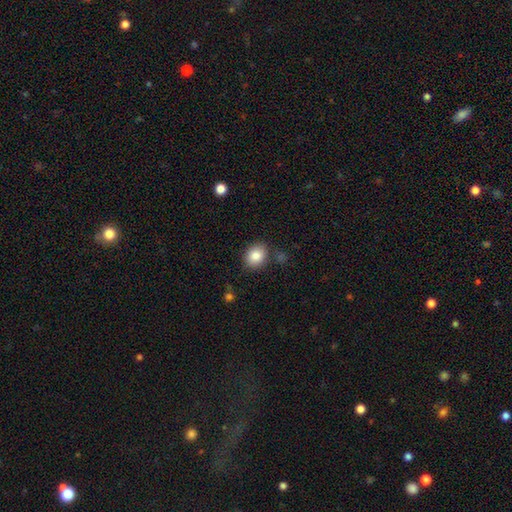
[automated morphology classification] Smooth or featured?
  - smooth: 85% *
  - star or artifact: 9%
  - featured or disk: 6%
How rounded?
  - round: 54% *
  - in between: 45%
  - cigar-shaped: 1%
Merging?
  - none: 79% *
  - minor disturbance: 13%
  - merger: 4%
  - major disturbance: 4%